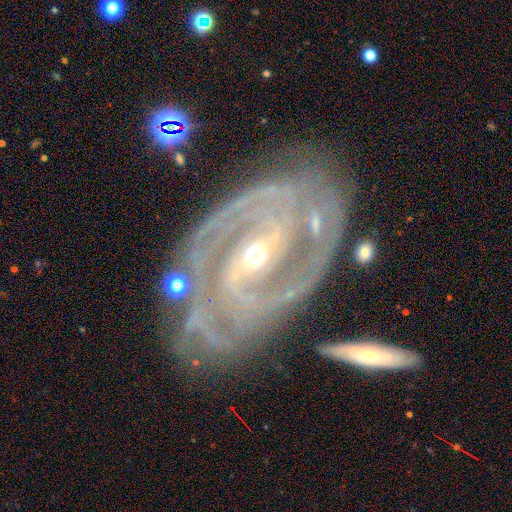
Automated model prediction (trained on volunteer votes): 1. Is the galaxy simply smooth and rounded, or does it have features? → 91% featured or disk, 5% star or artifact, 3% smooth.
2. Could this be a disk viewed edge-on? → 96% no, 4% yes.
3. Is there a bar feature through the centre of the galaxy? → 44% strong, 35% weak, 21% no.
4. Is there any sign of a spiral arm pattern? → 98% yes, 2% no.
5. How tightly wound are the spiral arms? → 66% tight, 29% medium, 5% loose.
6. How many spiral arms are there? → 46% 2, 19% 3, 14% can't tell, 10% 4, 6% more than 4, 6% 1.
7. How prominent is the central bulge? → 69% small, 28% moderate, 1% large, 1% none, 1% dominant.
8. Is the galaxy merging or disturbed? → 75% none, 16% minor disturbance, 5% major disturbance, 4% merger.